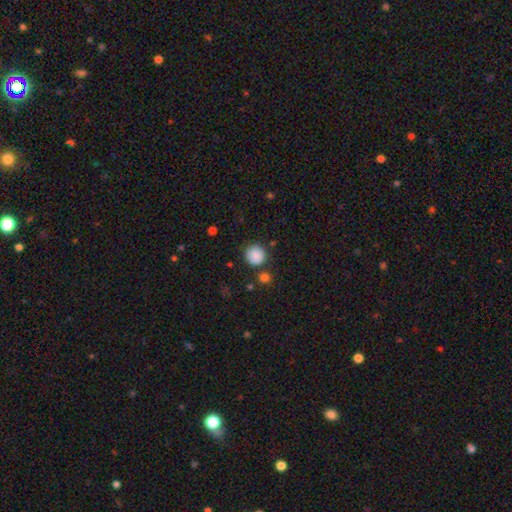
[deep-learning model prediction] This is clearly a smooth galaxy (87%). How rounded: clearly round (92%). Merging: clearly none (83%).